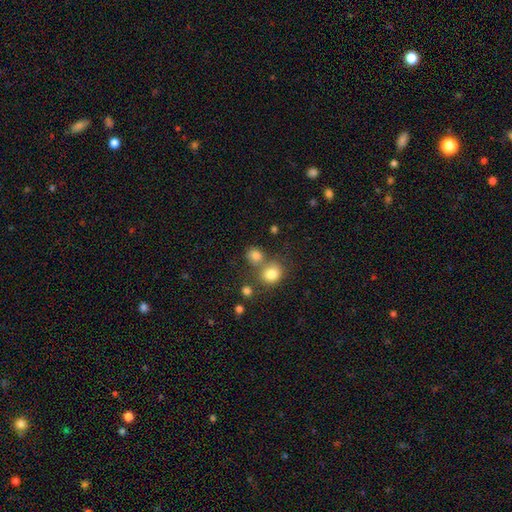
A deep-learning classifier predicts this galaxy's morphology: The model was most divided on "merging": none: 53%, merger: 33%, minor disturbance: 9%, major disturbance: 4%. More confident: smooth or featured — smooth (79%); how rounded — round (72%).